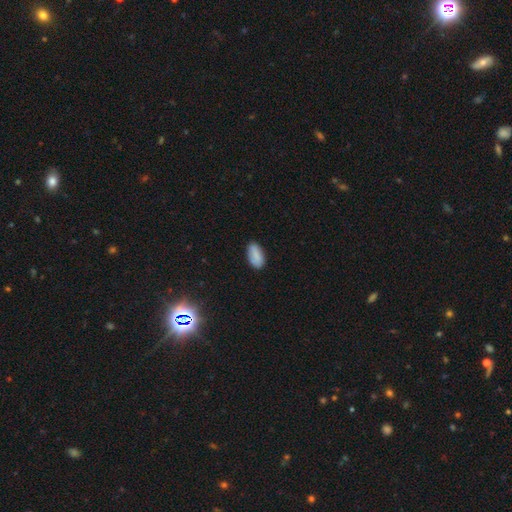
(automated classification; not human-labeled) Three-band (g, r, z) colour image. It shows a smooth galaxy with no disk features (85%) that is in between round and cigar-shaped (92%). Merging: none (82%).